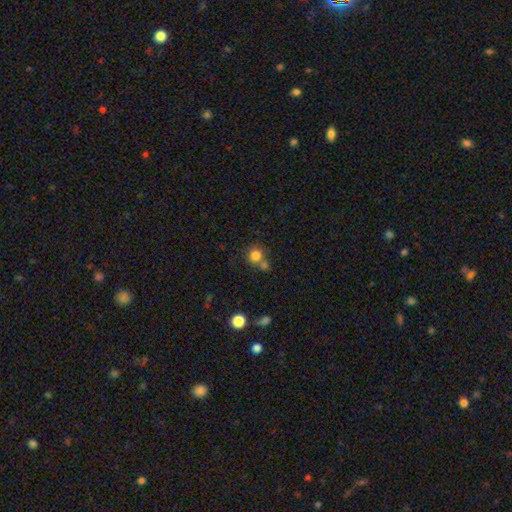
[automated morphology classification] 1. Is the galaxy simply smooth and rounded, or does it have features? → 80% smooth, 12% star or artifact, 8% featured or disk.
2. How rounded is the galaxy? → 89% round, 11% in between, 1% cigar-shaped.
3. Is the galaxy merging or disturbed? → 56% none, 31% merger, 9% minor disturbance, 4% major disturbance.